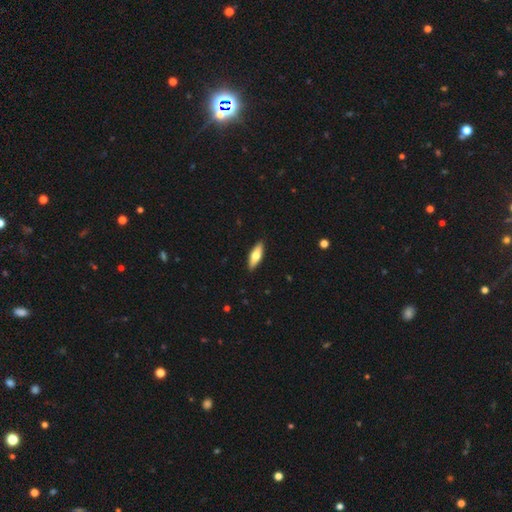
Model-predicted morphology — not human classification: Overall: smooth (61%; featured or disk 33%). How rounded: in between (55%; cigar-shaped 42%). Merging: none (90%).